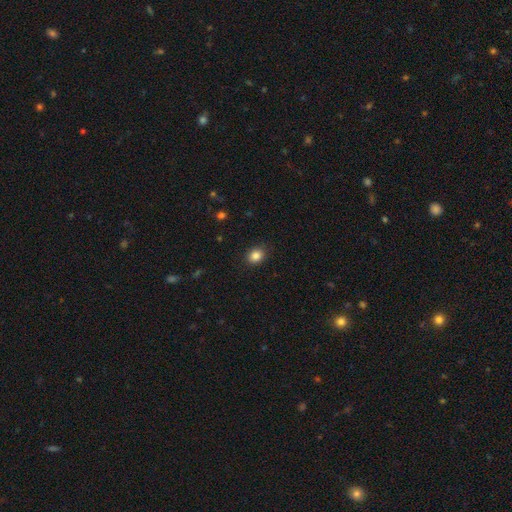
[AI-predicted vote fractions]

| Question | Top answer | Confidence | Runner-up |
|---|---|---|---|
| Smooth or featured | smooth | 86% | star or artifact (10%) |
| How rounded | round | 56% | in between (43%) |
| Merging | none | 88% | minor disturbance (9%) |